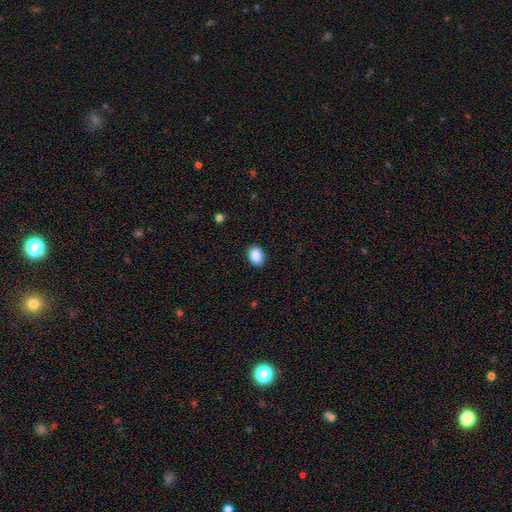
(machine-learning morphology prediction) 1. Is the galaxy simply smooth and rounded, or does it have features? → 89% smooth, 8% star or artifact, 3% featured or disk.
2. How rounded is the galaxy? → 75% in between, 24% round, 1% cigar-shaped.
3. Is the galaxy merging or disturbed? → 89% none, 8% minor disturbance, 2% major disturbance, 1% merger.